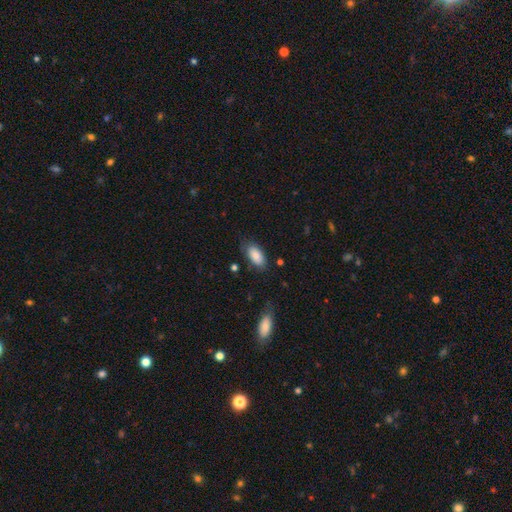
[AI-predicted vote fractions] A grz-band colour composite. It shows a smooth galaxy with no disk features (87%) that is in between round and cigar-shaped (92%). Merging: none (73%).